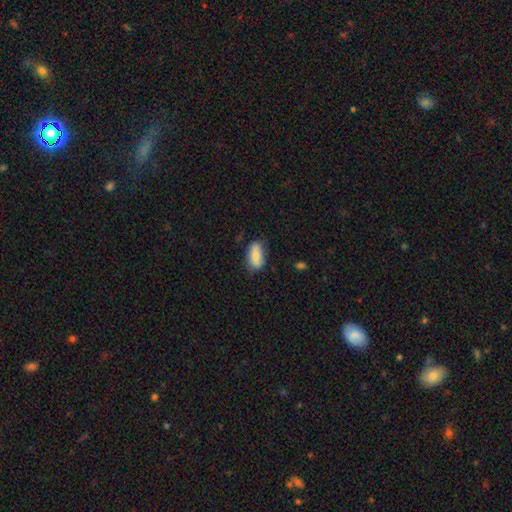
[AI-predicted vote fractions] Morphology: type=smooth (75%); roundness=in between (88%); merging=none (73%).